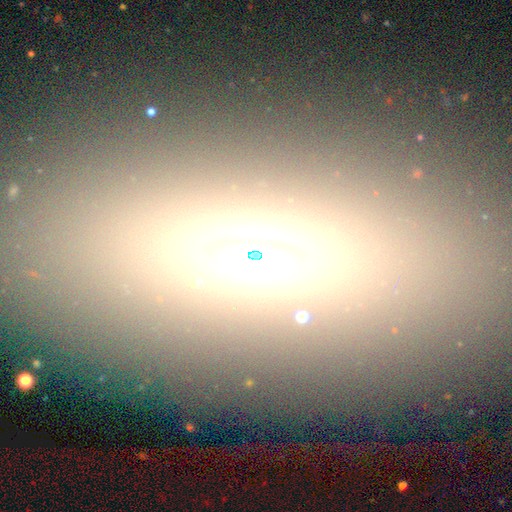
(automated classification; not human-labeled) This appears to be a smooth galaxy with no disk features (45%). Merging: none (84%).